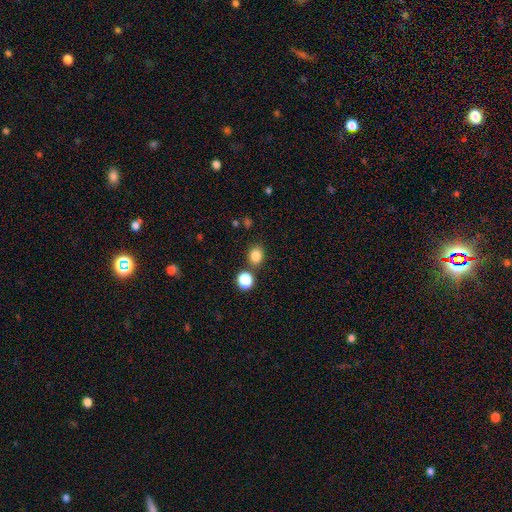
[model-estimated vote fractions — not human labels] smooth 83%, star or artifact 13%, featured or disk 5%. Down the decision tree: how rounded — round (62%); merging — none (79%).